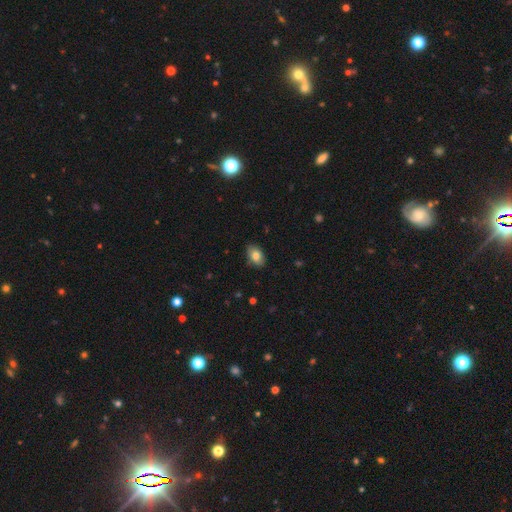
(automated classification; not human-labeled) Overall: smooth (80%). How rounded: in between (89%). Merging: none (84%).